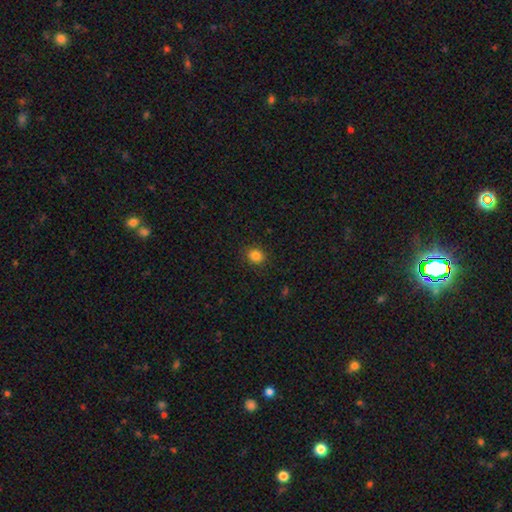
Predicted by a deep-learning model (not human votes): Smooth or featured?
  - smooth: 84% *
  - star or artifact: 12%
  - featured or disk: 4%
How rounded?
  - round: 76% *
  - in between: 23%
  - cigar-shaped: 1%
Merging?
  - none: 90% *
  - minor disturbance: 7%
  - major disturbance: 2%
  - merger: 1%